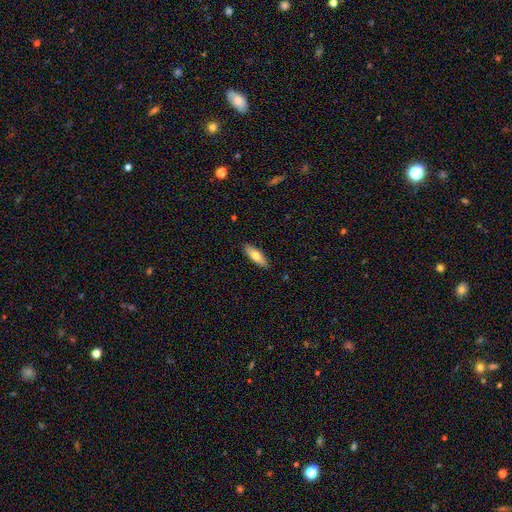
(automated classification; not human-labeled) A smooth galaxy with no disk features (66%) that is in between round and cigar-shaped (61%). Merging: none (88%).